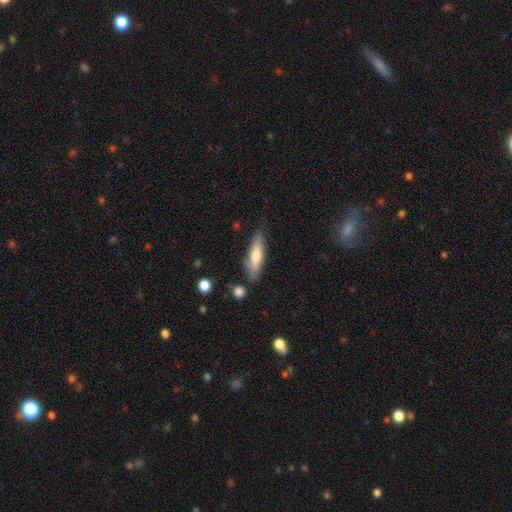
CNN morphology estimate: smooth_or_featured: smooth (p=0.68) [alt: featured or disk p=0.26]
how_rounded: cigar-shaped (p=0.61) [alt: in between p=0.37]
merging: none (p=0.73) [alt: minor disturbance p=0.19]